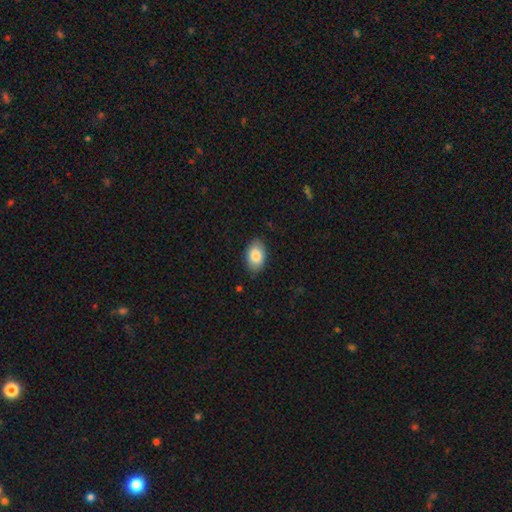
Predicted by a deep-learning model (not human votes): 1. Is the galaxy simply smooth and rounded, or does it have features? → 85% smooth, 8% featured or disk, 6% star or artifact.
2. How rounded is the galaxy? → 91% in between, 7% round, 1% cigar-shaped.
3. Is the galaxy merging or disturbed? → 85% none, 11% minor disturbance, 2% major disturbance, 1% merger.